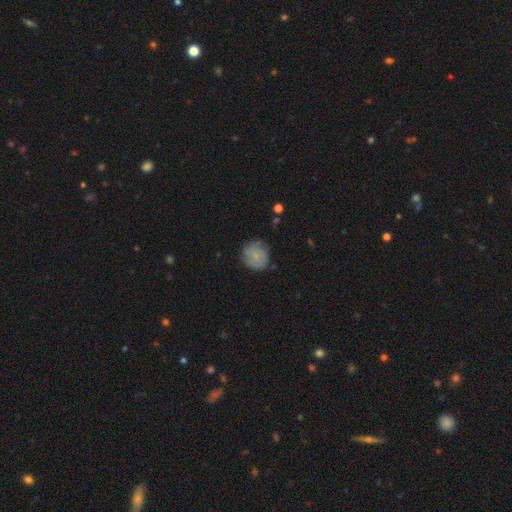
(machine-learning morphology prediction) smooth_or_featured: featured or disk (p=0.46) [tied with: smooth p=0.46]
merging: none (p=0.72) [alt: minor disturbance p=0.20]